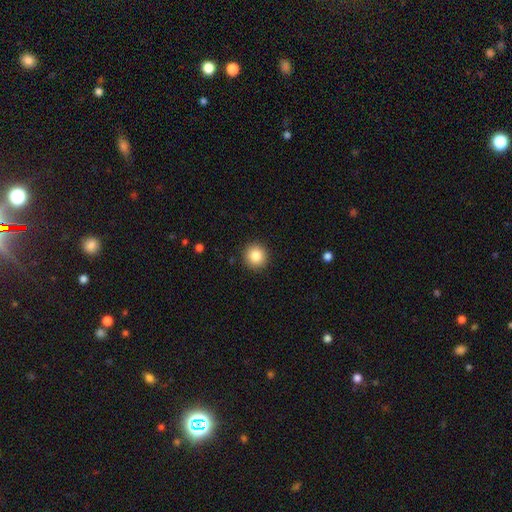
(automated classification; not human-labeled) Smooth or featured?
  - smooth: 85% *
  - star or artifact: 9%
  - featured or disk: 6%
How rounded?
  - round: 93% *
  - in between: 6%
  - cigar-shaped: 1%
Merging?
  - none: 91% *
  - minor disturbance: 6%
  - major disturbance: 2%
  - merger: 1%